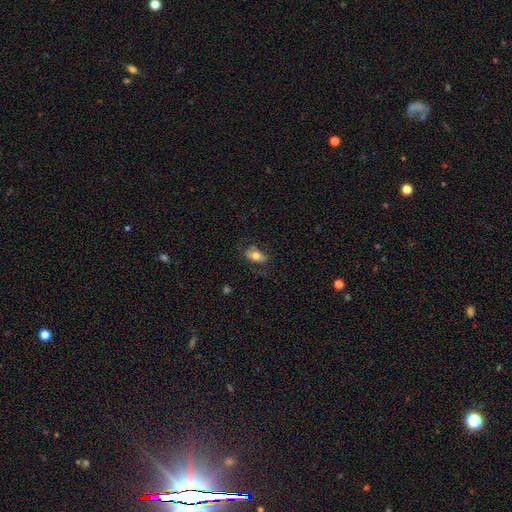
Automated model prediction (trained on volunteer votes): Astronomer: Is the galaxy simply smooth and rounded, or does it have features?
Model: smooth — 68%.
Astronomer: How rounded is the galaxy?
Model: in between — 88%.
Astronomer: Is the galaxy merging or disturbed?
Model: none — 73%.